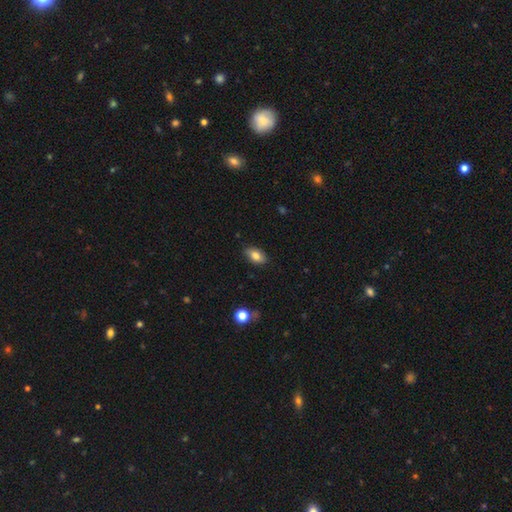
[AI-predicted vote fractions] Overall: smooth (80%). How rounded: in between (90%). Merging: none (85%).